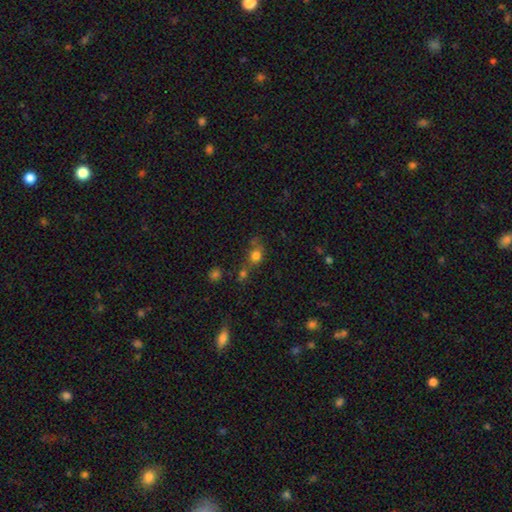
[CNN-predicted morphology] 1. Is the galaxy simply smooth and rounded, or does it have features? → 73% smooth, 16% star or artifact, 10% featured or disk.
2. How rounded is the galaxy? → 63% round, 35% in between, 3% cigar-shaped.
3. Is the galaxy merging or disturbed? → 43% none, 34% merger, 15% minor disturbance, 8% major disturbance.